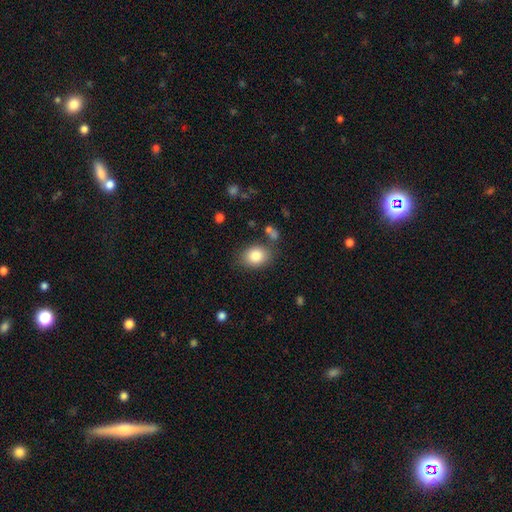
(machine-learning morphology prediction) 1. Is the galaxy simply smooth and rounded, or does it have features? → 83% smooth, 9% star or artifact, 8% featured or disk.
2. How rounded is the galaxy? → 61% in between, 38% round, 1% cigar-shaped.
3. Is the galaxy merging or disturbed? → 78% none, 13% minor disturbance, 5% merger, 4% major disturbance.